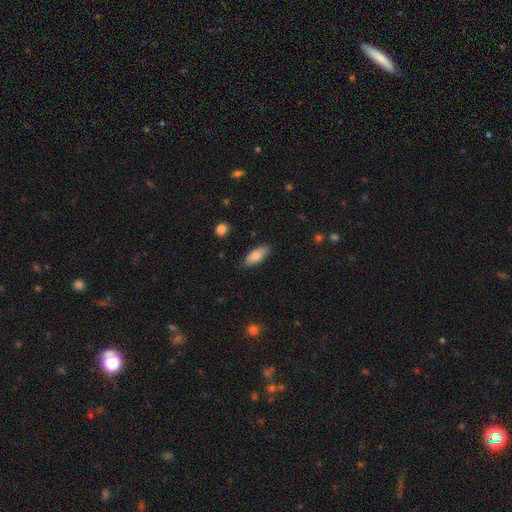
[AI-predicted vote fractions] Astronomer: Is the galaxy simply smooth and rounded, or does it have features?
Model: smooth — 81%.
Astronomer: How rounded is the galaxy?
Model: in between — 82%.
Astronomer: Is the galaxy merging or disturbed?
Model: none — 84%.